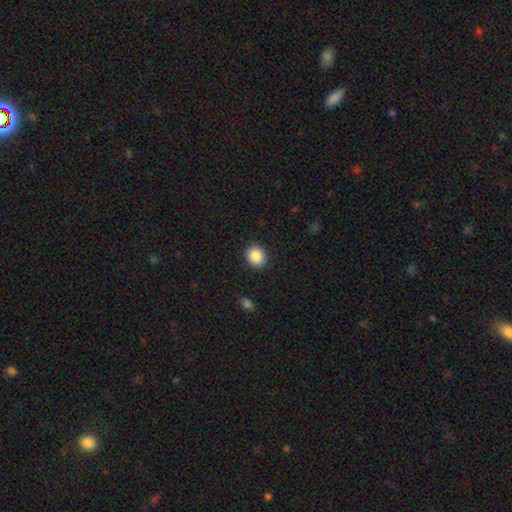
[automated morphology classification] This appears to be a smooth galaxy with no disk features (88%) that is round (79%). Merging: none (91%).